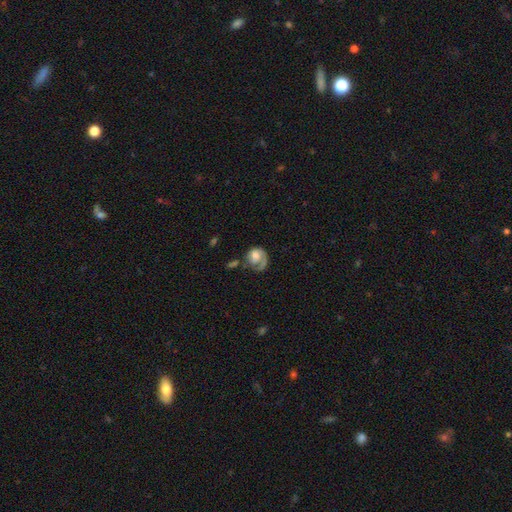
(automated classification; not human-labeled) featured or disk 52%, smooth 41%, star or artifact 7%. Down the decision tree: edge-on disk — no (97%); bar — no (80%); spiral arms — yes (73%); bulge size — moderate (38%); merging — none (37%).